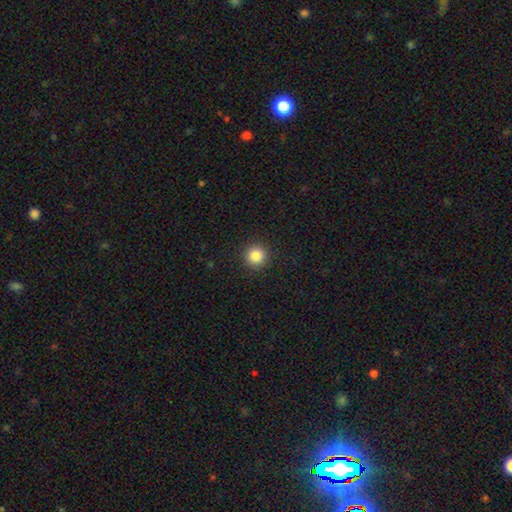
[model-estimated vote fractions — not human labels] Overall: smooth (85%). How rounded: round (95%). Merging: none (92%).